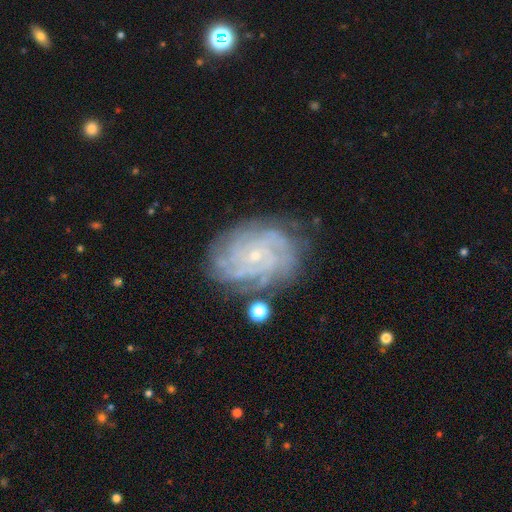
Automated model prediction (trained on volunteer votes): Overall: featured or disk (83%). Edge-on disk: no (97%). Bar: no (76%). Spiral arms: yes (95%). Spiral arm count: can't tell (30%; 4 24%). Spiral winding: tight (73%). Bulge size: small (84%). Merging: none (74%).